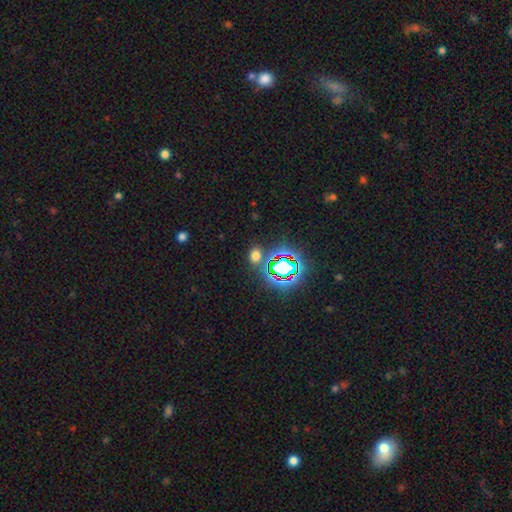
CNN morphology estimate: Smooth or featured? smooth (58%)
How rounded? round (49%, tied with in between)
Merging? none (79%)